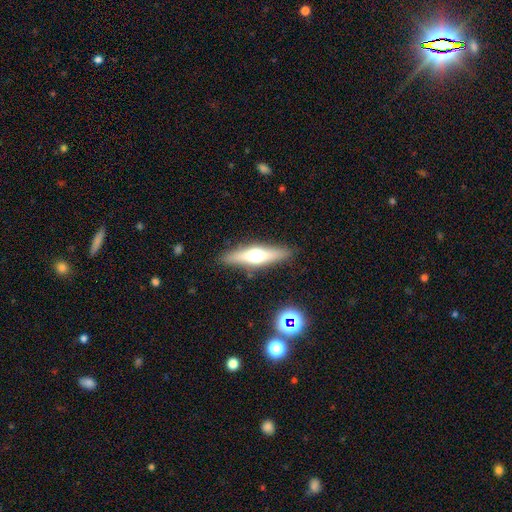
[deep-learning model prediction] This is possibly a featured or disk galaxy (55%). It is clearly viewed edge-on (92%). Edge-on bulge: clearly rounded (93%). Merging: clearly none (87%).